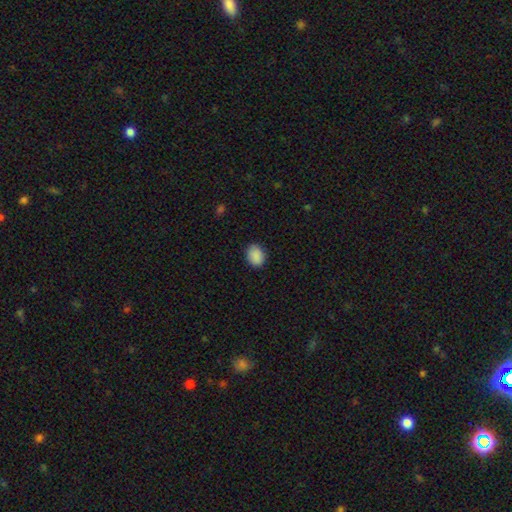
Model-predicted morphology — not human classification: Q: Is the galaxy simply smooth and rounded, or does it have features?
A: smooth — 90%.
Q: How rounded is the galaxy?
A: in between — 65%.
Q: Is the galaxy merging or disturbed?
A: none — 87%.